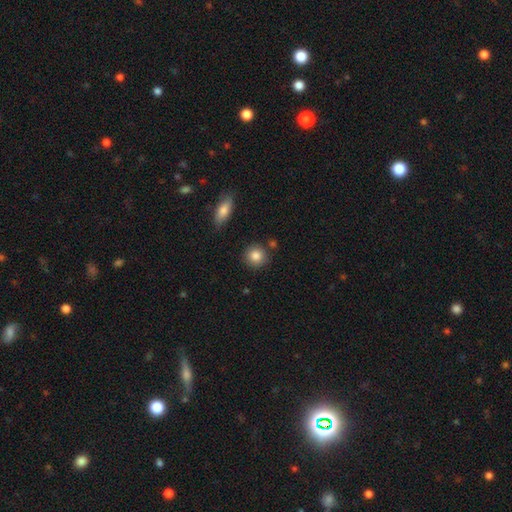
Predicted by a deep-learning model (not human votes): This appears to be a smooth galaxy with no disk features (85%) that is round (89%). Merging: none (85%).